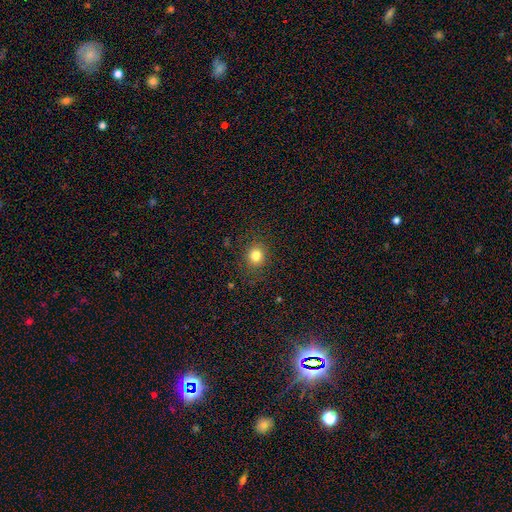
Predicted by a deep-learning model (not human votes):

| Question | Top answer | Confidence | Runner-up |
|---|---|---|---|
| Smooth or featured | smooth | 81% | star or artifact (13%) |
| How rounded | round | 81% | in between (18%) |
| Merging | none | 87% | minor disturbance (9%) |